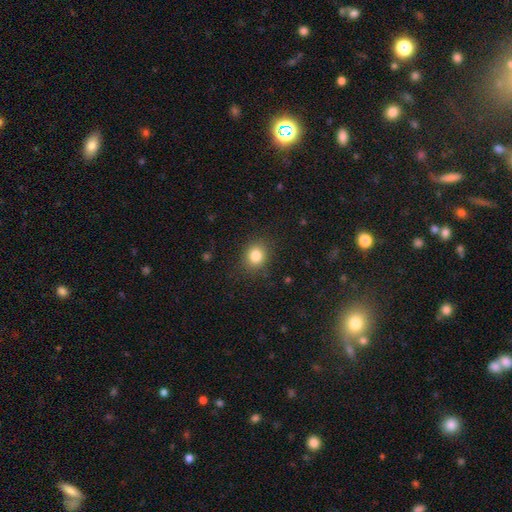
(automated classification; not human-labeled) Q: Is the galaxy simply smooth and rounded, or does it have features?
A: smooth — 82%.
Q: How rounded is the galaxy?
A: round — 74%.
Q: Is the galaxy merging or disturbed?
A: none — 86%.